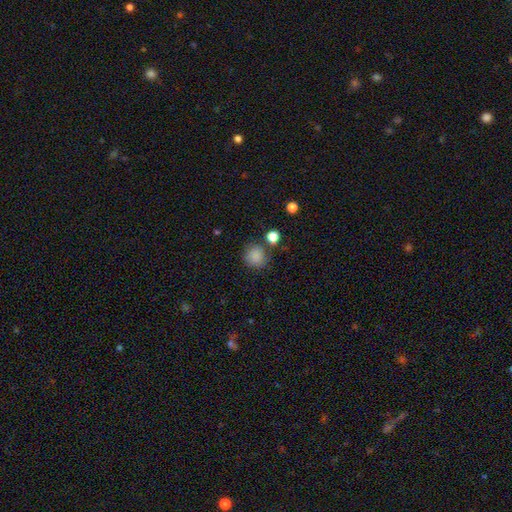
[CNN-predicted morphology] type=smooth (84%); roundness=round (88%); merging=none (75%).